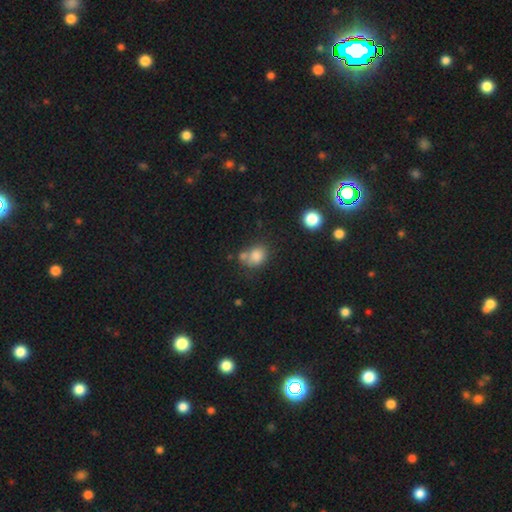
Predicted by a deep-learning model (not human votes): This is likely a smooth galaxy (80%). How rounded: possibly round (53%). Merging: possibly none (45%).